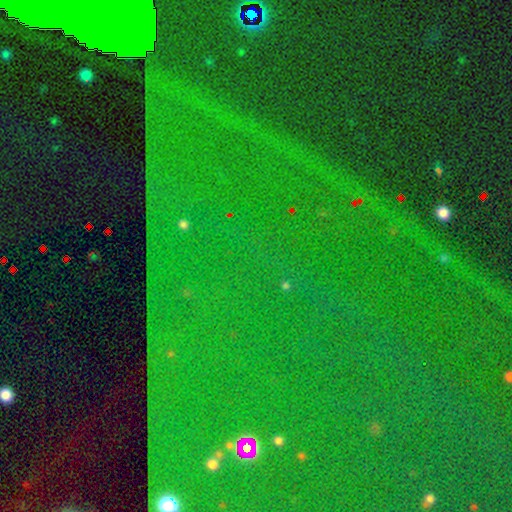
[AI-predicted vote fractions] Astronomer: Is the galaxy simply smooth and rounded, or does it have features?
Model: star or artifact — 87%.